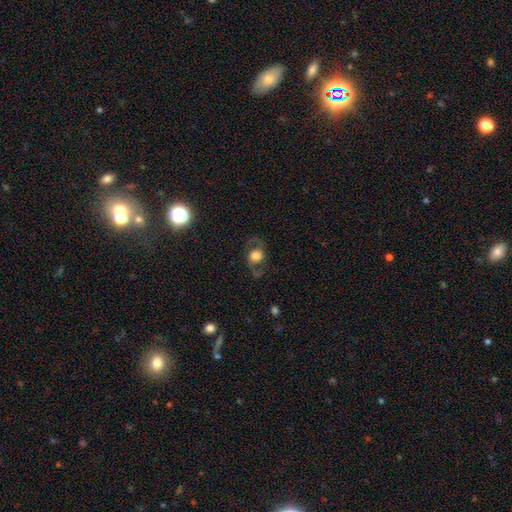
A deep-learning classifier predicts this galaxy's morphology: smooth-or-featured: smooth: 53% | featured or disk: 37% | star or artifact: 10%
  how-rounded: round: 71% | in between: 28% | cigar-shaped: 1%
  merging: none: 61% | minor disturbance: 18% | major disturbance: 18% | merger: 2%